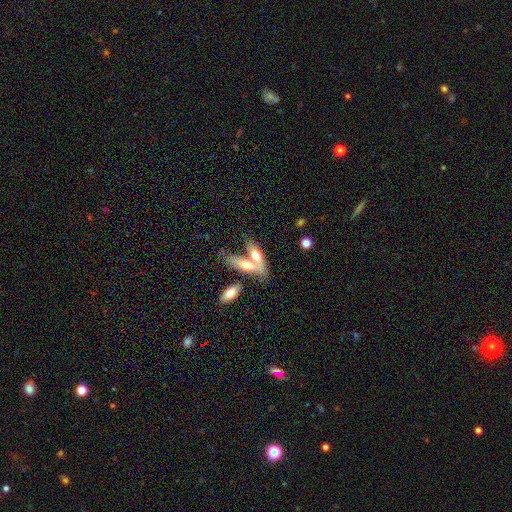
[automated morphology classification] This appears to be a smooth galaxy with no disk features (57%) that is in between round and cigar-shaped (63%). Merging: merger (60%).